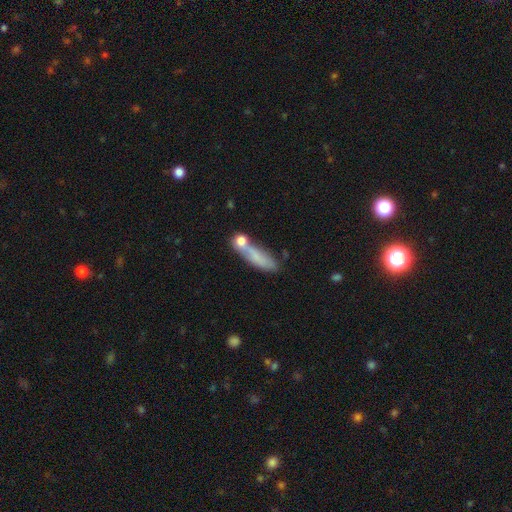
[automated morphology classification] Smooth or featured? smooth (70%)
How rounded? cigar-shaped (63%)
Merging? none (49%)